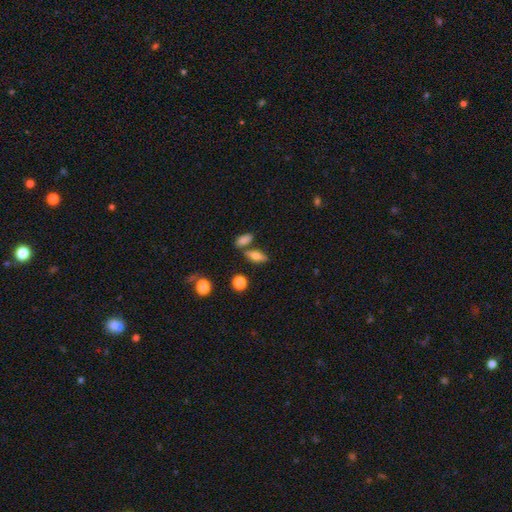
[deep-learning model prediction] smooth-or-featured: smooth: 62% | featured or disk: 28% | star or artifact: 10%
  how-rounded: in between: 64% | cigar-shaped: 29% | round: 8%
  merging: none: 72% | merger: 12% | minor disturbance: 12% | major disturbance: 4%